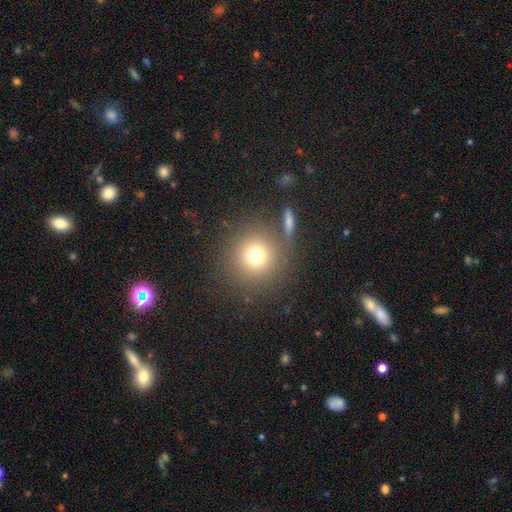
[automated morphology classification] Smooth or featured? Predicted: smooth (p=0.74). How rounded? Predicted: round (p=0.94). Merging? Predicted: none (p=0.80).